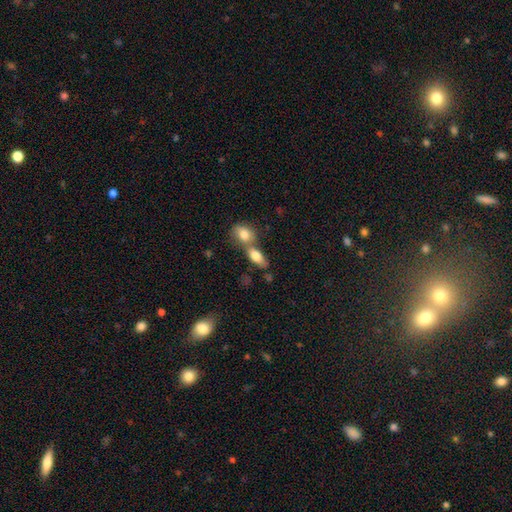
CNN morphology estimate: This appears to be a smooth galaxy with no disk features (80%) that is in between round and cigar-shaped (82%). Merging: merger (51%).